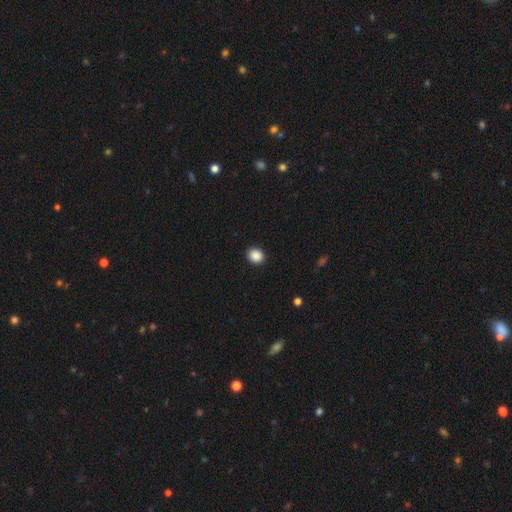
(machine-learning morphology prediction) This is clearly a smooth galaxy (89%). How rounded: likely round (70%). Merging: clearly none (92%).